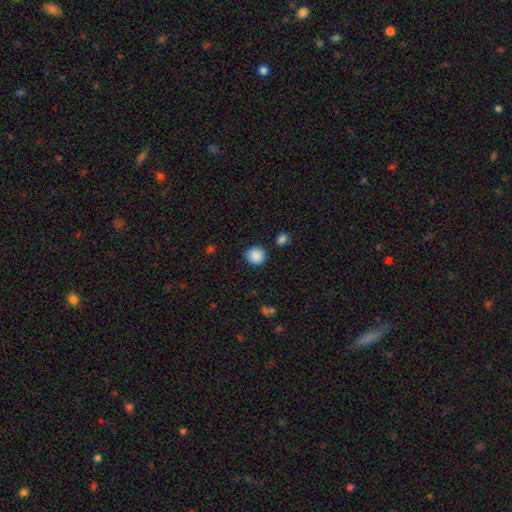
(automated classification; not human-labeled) The model was most divided on "how rounded": round: 88%, in between: 11%, cigar-shaped: 1%. More confident: smooth or featured — smooth (88%); merging — none (86%).